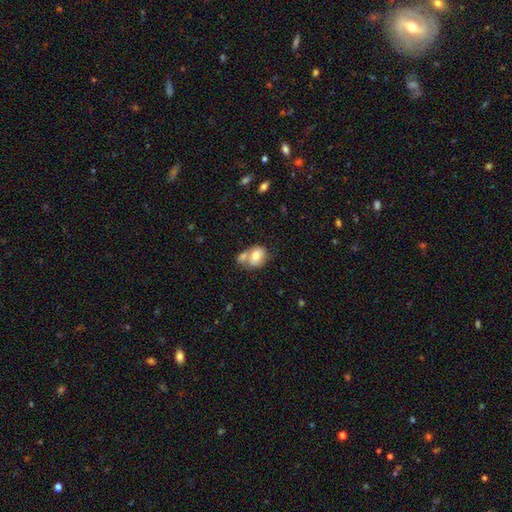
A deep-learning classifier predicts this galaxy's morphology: Smooth or featured? smooth (68%)
How rounded? in between (64%)
Merging? merger (50%)